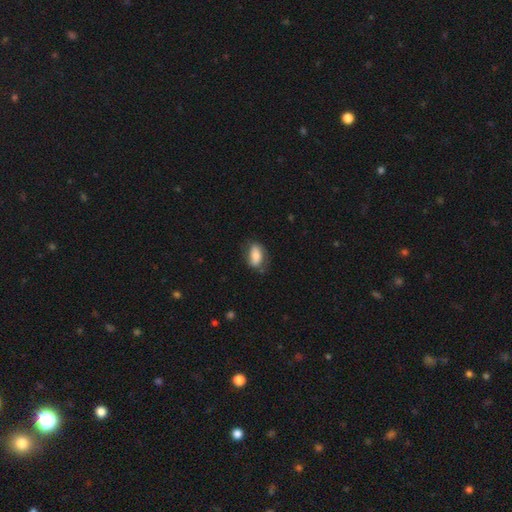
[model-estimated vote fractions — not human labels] Smooth or featured?
  - smooth: 74% *
  - featured or disk: 19%
  - star or artifact: 7%
How rounded?
  - in between: 89% *
  - round: 6%
  - cigar-shaped: 5%
Merging?
  - none: 64% *
  - minor disturbance: 25%
  - major disturbance: 9%
  - merger: 2%